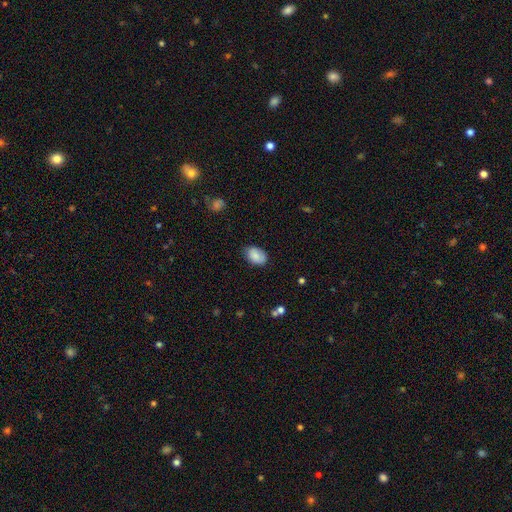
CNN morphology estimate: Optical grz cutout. It shows a smooth galaxy with no disk features (85%) that is in between round and cigar-shaped (88%). Merging: none (79%).